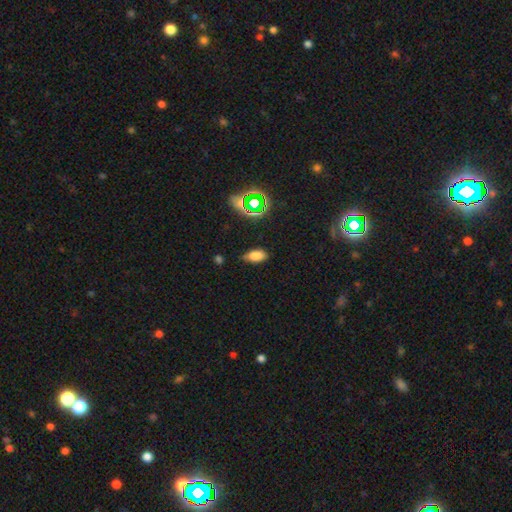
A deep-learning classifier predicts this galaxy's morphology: Smooth or featured? Predicted: smooth (p=0.75). How rounded? Predicted: in between (p=0.89). Merging? Predicted: none (p=0.66).